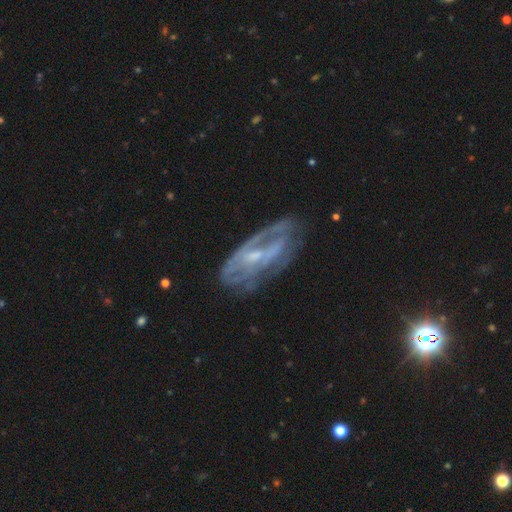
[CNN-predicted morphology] Overall: featured or disk (77%). Edge-on disk: no (90%). Bar: weak (42%; no 37%). Spiral arms: yes (67%; no 33%). Bulge size: small (63%; moderate 24%). Merging: none (57%; minor disturbance 23%).